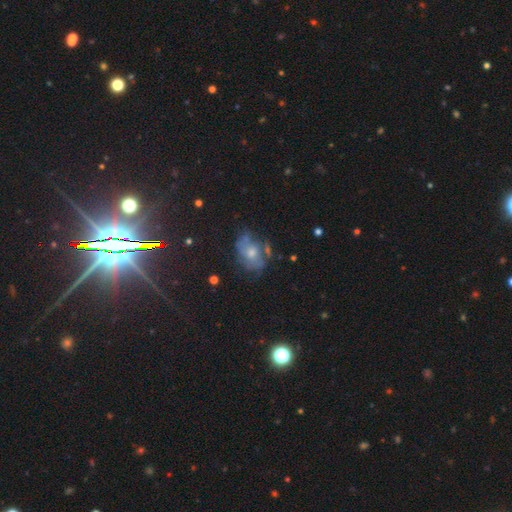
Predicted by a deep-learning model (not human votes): This appears to be a featured or disk galaxy (46%). Merging: none (58%).